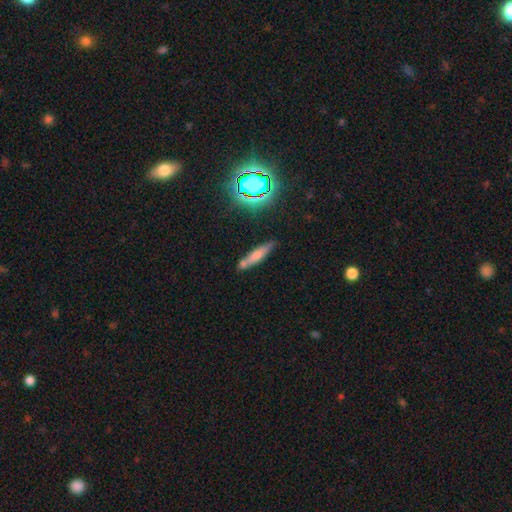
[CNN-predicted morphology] A smooth galaxy with no disk features (57%) that is cigar-shaped (83%). Merging: none (70%).